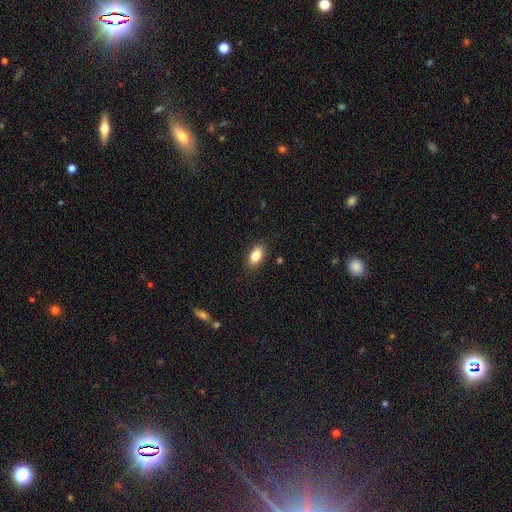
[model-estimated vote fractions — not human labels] This appears to be a smooth galaxy with no disk features (82%) that is in between round and cigar-shaped (89%). Merging: none (88%).